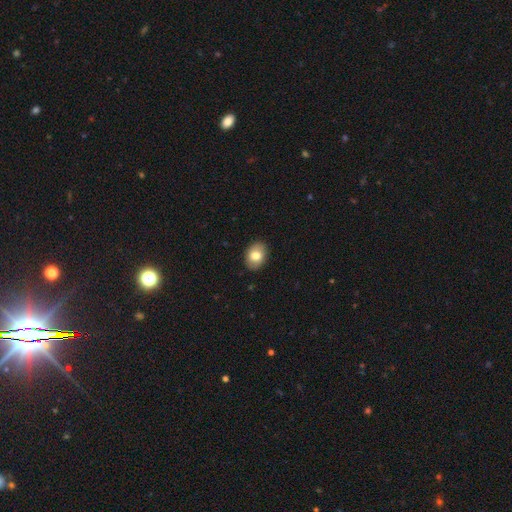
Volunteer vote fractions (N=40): Smooth or featured?
  - smooth: 82% *
  - featured or disk: 10%
  - star or artifact: 8%
How rounded?
  - in between: 70% *
  - round: 30%
  - cigar-shaped: 0%
Merging?
  - none: 84% *
  - minor disturbance: 11%
  - major disturbance: 3%
  - merger: 3%